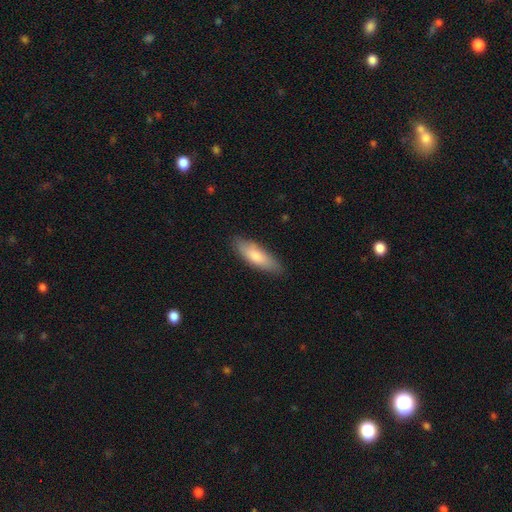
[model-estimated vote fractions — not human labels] smooth-or-featured: smooth: 79% | featured or disk: 16% | star or artifact: 5%
  how-rounded: in between: 50% | cigar-shaped: 49% | round: 2%
  merging: none: 84% | minor disturbance: 12% | major disturbance: 2% | merger: 1%